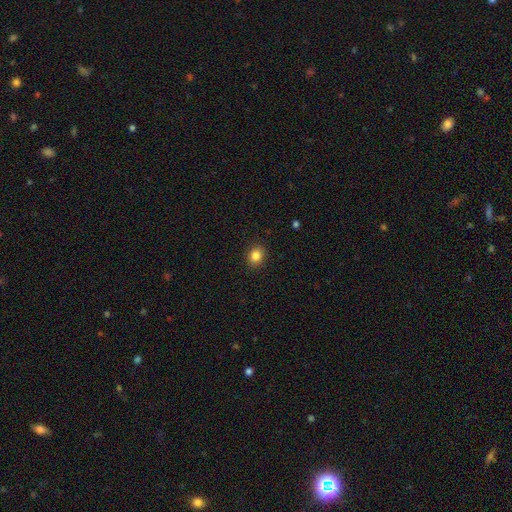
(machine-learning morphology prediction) A smooth galaxy with no disk features (84%) that is round (61%).

Vote fractions:
- Smooth or featured? smooth: 84% / star or artifact: 11% / featured or disk: 5%
- How rounded? round: 61% / in between: 38% / cigar-shaped: 1%
- Merging? none: 90% / minor disturbance: 7% / major disturbance: 2% / merger: 1%